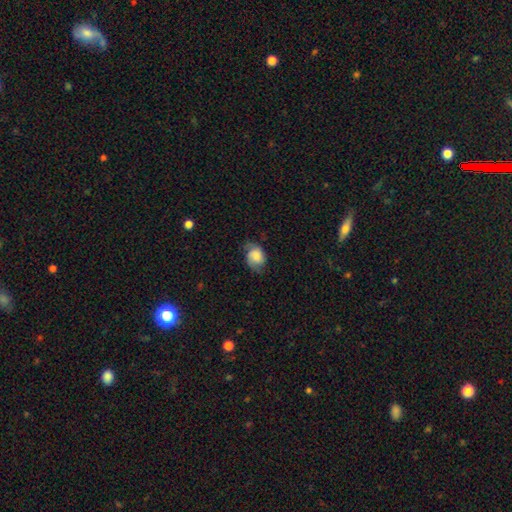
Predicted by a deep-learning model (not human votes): This is likely a smooth galaxy (63%). How rounded: likely in between (63%). Merging: possibly none (55%).